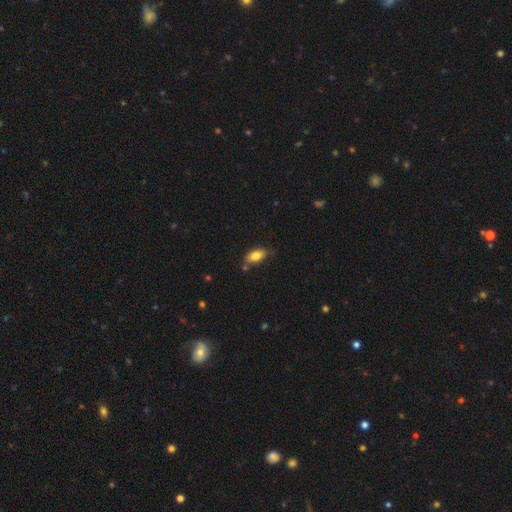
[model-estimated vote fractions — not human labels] Smooth or featured?
  - smooth: 83% *
  - featured or disk: 9%
  - star or artifact: 8%
How rounded?
  - in between: 90% *
  - cigar-shaped: 6%
  - round: 4%
Merging?
  - none: 68% *
  - minor disturbance: 22%
  - merger: 6%
  - major disturbance: 4%